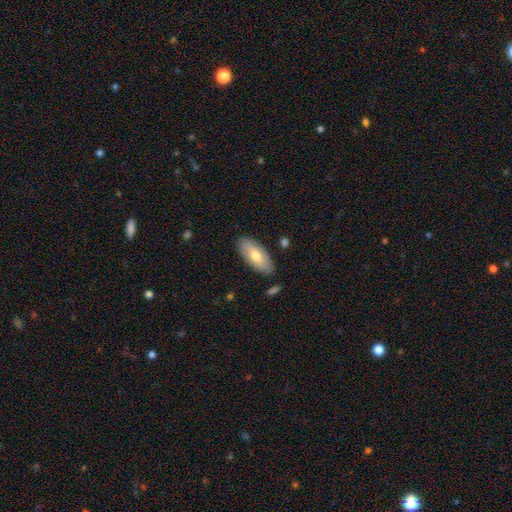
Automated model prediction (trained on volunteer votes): A smooth galaxy with no disk features (69%) that is in between round and cigar-shaped (87%).

Vote fractions:
- Smooth or featured? smooth: 69% / featured or disk: 25% / star or artifact: 6%
- How rounded? in between: 87% / cigar-shaped: 11% / round: 2%
- Merging? none: 85% / minor disturbance: 10% / merger: 2% / major disturbance: 2%